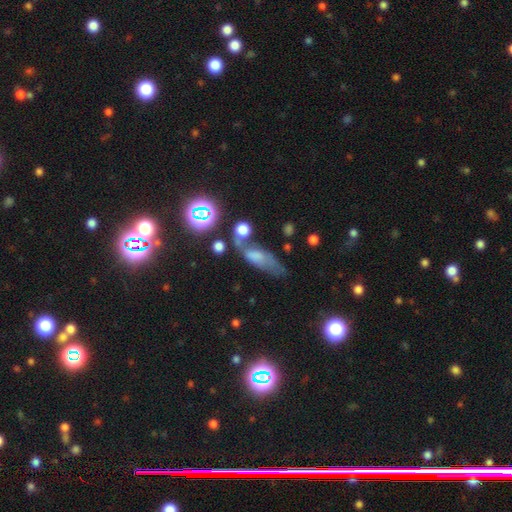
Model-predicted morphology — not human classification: The model was most divided on "smooth or featured": smooth: 43%, featured or disk: 32%, star or artifact: 25%. Remaining: merging — none (42%).